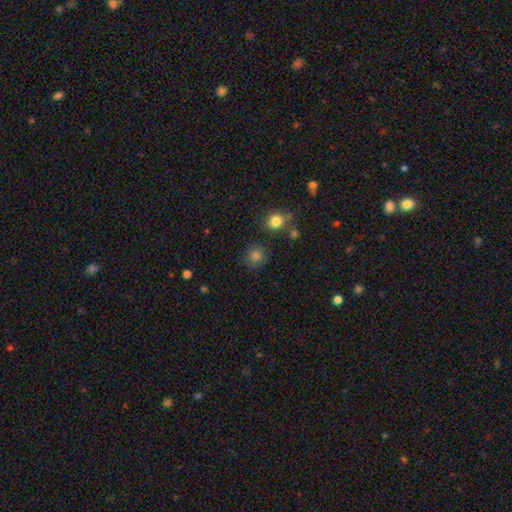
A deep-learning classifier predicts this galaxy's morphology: This appears to be a smooth galaxy with no disk features (80%) that is round (87%). Merging: none (84%).